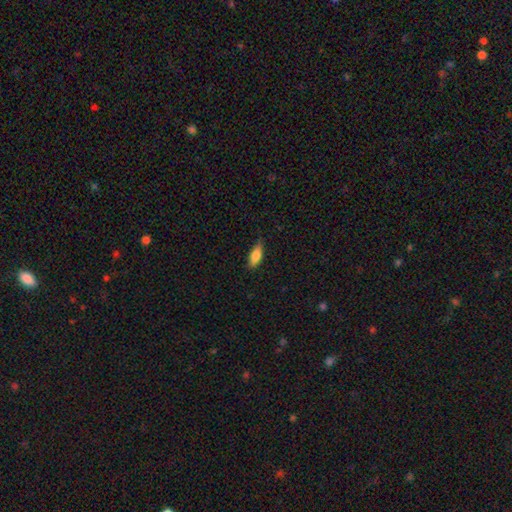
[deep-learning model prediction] smooth_or_featured: smooth (p=0.80) [alt: featured or disk p=0.14]
how_rounded: in between (p=0.68) [alt: cigar-shaped p=0.29]
merging: none (p=0.74) [alt: minor disturbance p=0.21]